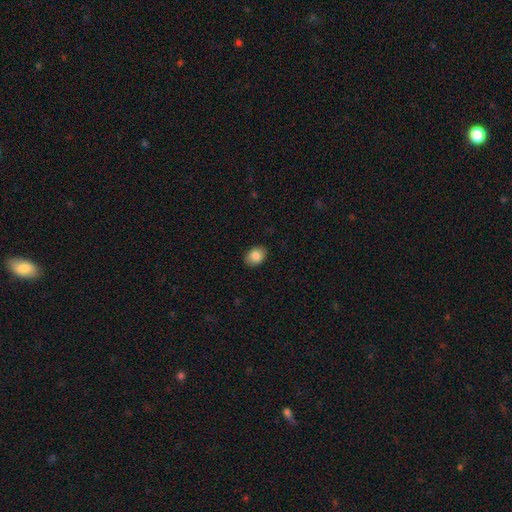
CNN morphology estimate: smooth-or-featured: smooth: 85% | star or artifact: 8% | featured or disk: 7%
  how-rounded: in between: 72% | round: 27% | cigar-shaped: 1%
  merging: none: 86% | minor disturbance: 10% | major disturbance: 2% | merger: 1%